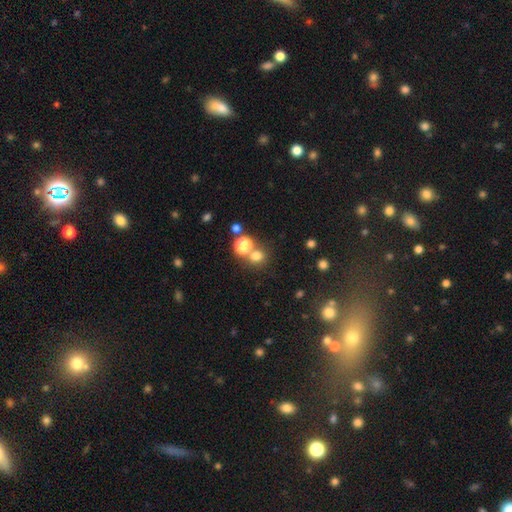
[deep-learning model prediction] This is likely a smooth galaxy (71%). How rounded: clearly round (84%). Merging: likely none (65%).